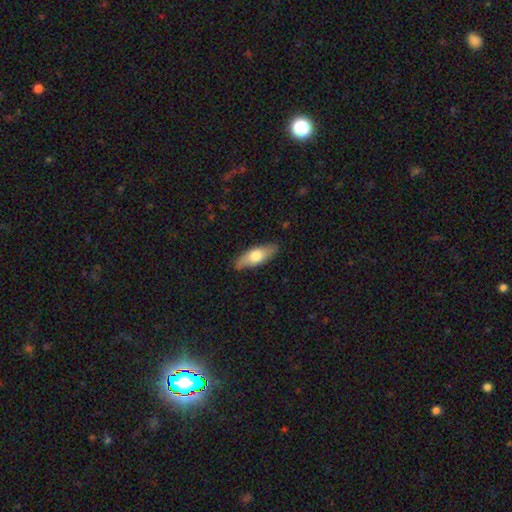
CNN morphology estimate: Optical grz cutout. It shows a smooth galaxy with no disk features (62%) that is in between round and cigar-shaped (67%). Merging: none (84%).